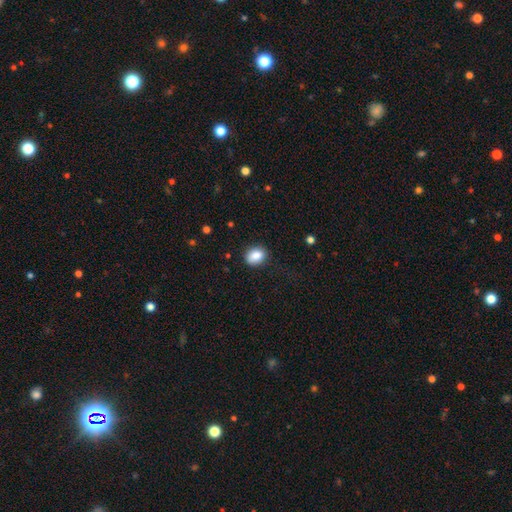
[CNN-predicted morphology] type=smooth (86%); roundness=in between (59%); merging=none (84%).